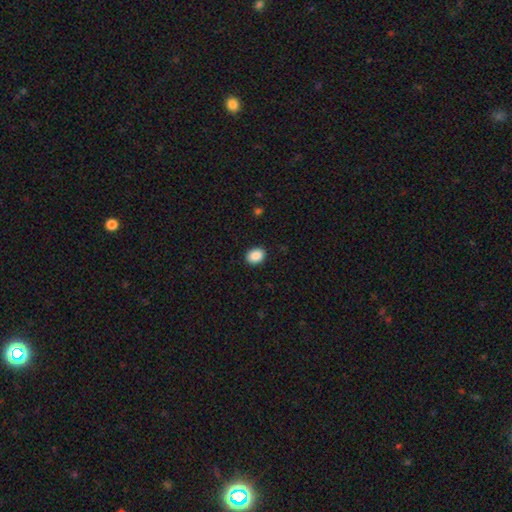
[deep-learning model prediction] This is clearly a smooth galaxy (89%). How rounded: likely in between (63%). Merging: clearly none (90%).